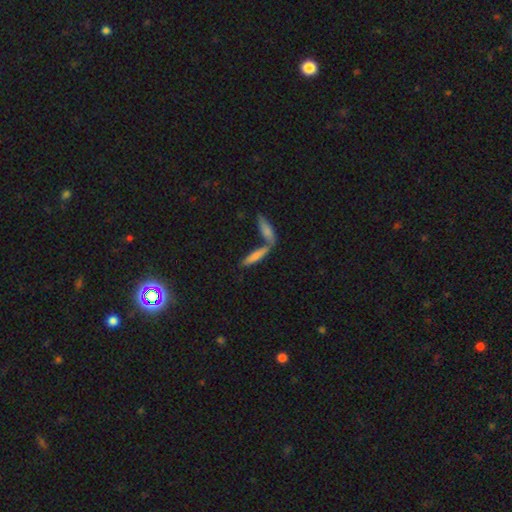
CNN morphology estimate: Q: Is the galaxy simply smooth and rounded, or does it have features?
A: smooth — 71%.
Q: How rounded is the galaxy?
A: cigar-shaped — 74%.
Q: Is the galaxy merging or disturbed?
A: none — 46%.